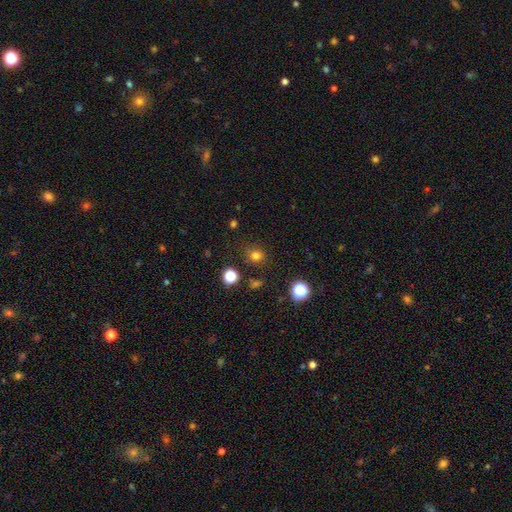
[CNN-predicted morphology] Q: Smooth or featured?
A: smooth (76%); runner-up: star or artifact (18%)
Q: How rounded?
A: round (78%); runner-up: in between (21%)
Q: Merging?
A: none (81%); runner-up: minor disturbance (12%)